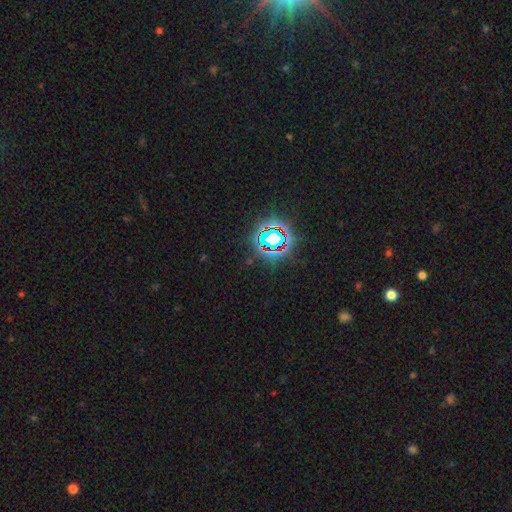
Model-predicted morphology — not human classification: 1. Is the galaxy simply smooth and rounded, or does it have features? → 81% star or artifact, 12% smooth, 7% featured or disk.